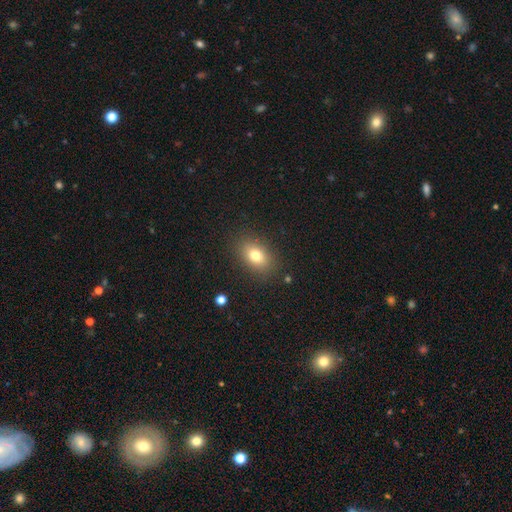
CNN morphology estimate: Smooth or featured: smooth — 76% (featured or disk — 12%)
How rounded: in between — 77% (round — 21%)
Merging: none — 86% (minor disturbance — 9%)